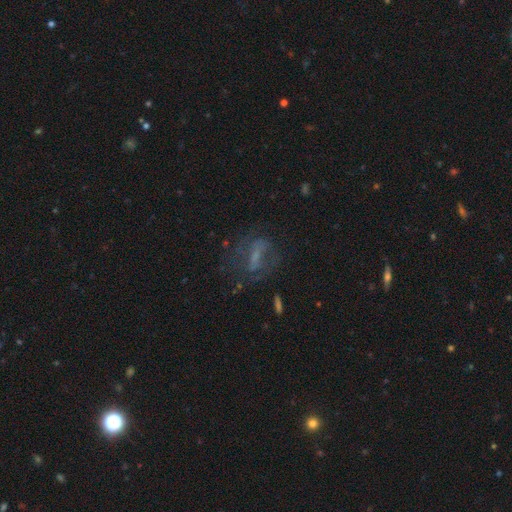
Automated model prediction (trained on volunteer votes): Morphology: type=featured or disk (54%); edge-on=no (89%); merging=none (57%).